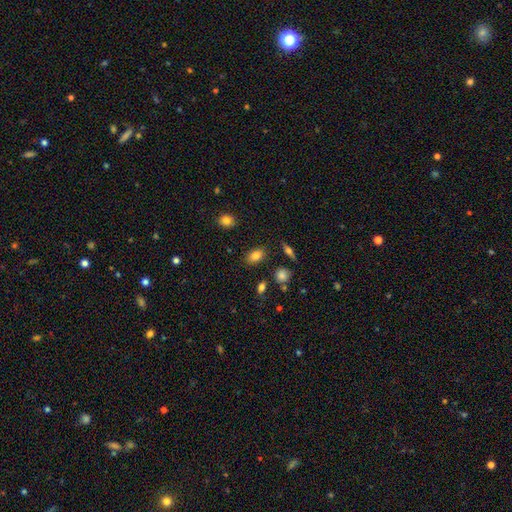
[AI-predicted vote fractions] smooth 82%, star or artifact 9%, featured or disk 9%. Down the decision tree: how rounded — in between (86%); merging — none (84%).